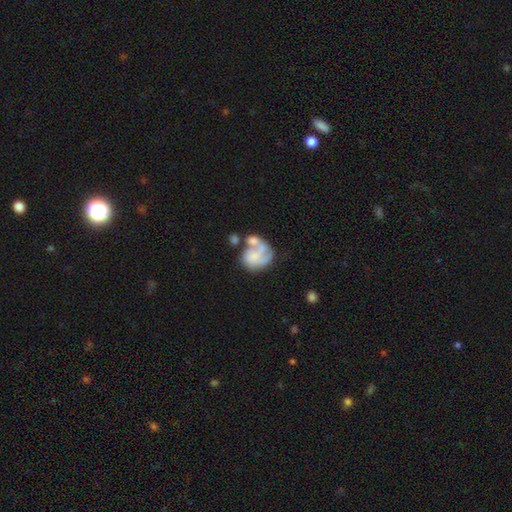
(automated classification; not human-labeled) Overall: featured or disk (50%; smooth 42%). Merging: merger (31%; none 27%).